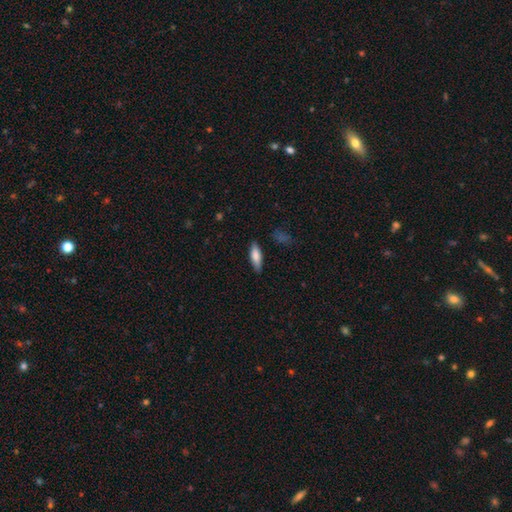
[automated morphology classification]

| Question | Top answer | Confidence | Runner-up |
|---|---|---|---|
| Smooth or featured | smooth | 81% | featured or disk (13%) |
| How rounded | in between | 51% | cigar-shaped (47%) |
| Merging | none | 84% | minor disturbance (12%) |